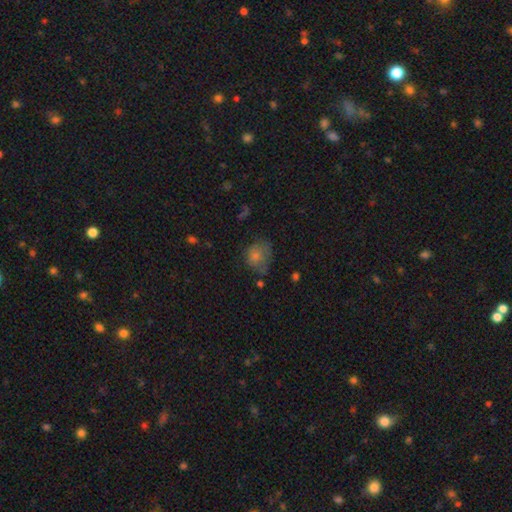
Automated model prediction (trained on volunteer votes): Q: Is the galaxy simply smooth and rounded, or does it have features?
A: smooth — 65%.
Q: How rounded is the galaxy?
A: round — 55%.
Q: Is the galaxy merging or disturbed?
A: none — 47%.